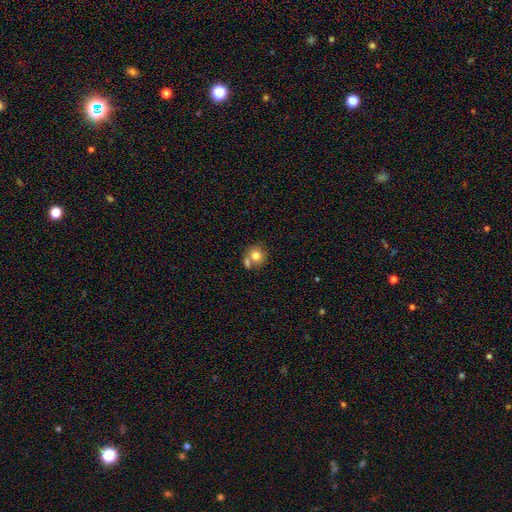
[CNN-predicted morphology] A smooth galaxy with no disk features (77%) that is round (84%).

Vote fractions:
- Smooth or featured? smooth: 77% / featured or disk: 13% / star or artifact: 10%
- How rounded? round: 84% / in between: 15% / cigar-shaped: 1%
- Merging? none: 49% / merger: 36% / minor disturbance: 10% / major disturbance: 4%